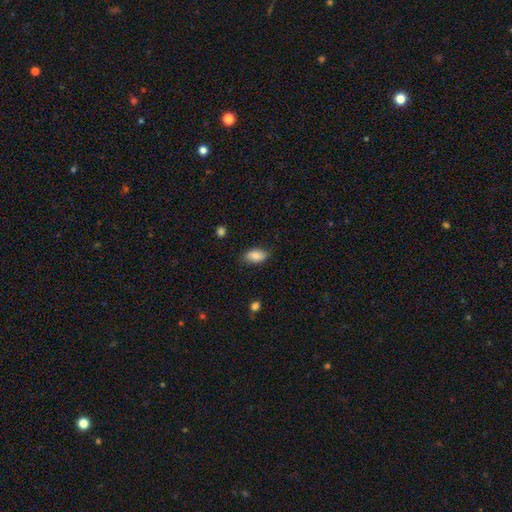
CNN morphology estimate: Overall: smooth (84%). How rounded: in between (92%). Merging: none (81%).